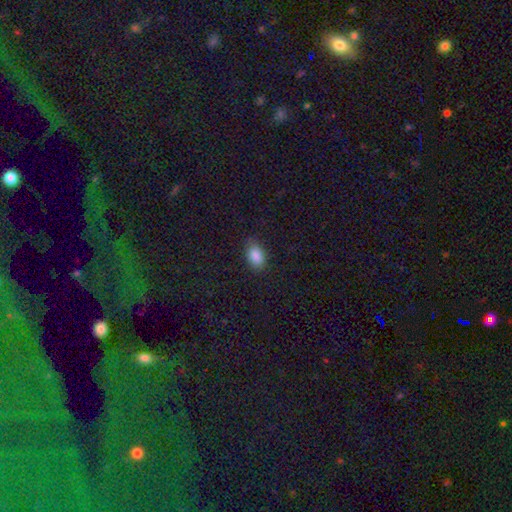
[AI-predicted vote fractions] smooth-or-featured: smooth: 88% | star or artifact: 8% | featured or disk: 4%
  how-rounded: in between: 90% | round: 8% | cigar-shaped: 2%
  merging: none: 83% | minor disturbance: 13% | major disturbance: 3% | merger: 1%